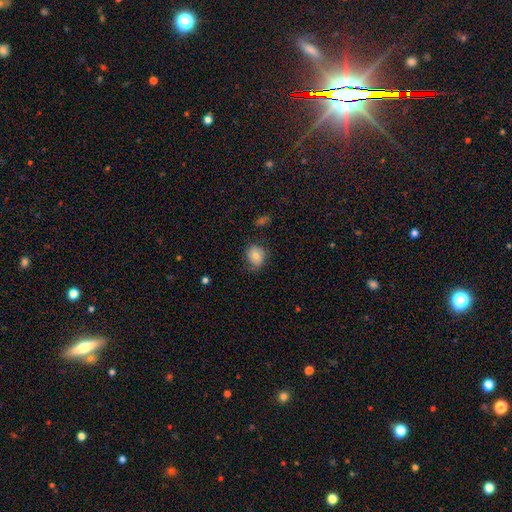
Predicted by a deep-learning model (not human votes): Smooth or featured: smooth — 74% (featured or disk — 17%)
How rounded: round — 65% (in between — 34%)
Merging: none — 67% (minor disturbance — 24%)